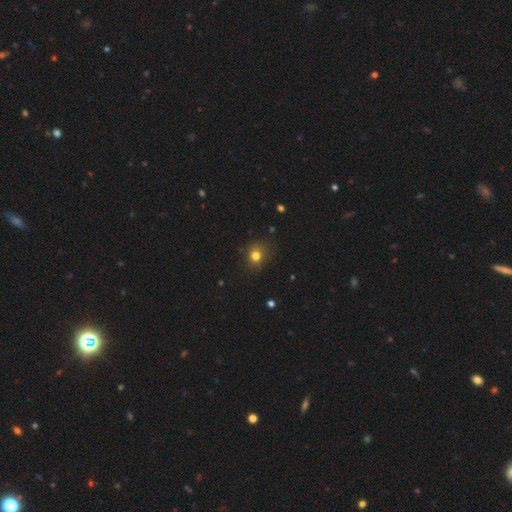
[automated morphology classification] A smooth galaxy with no disk features (77%) that is round (77%).

Vote fractions:
- Smooth or featured? smooth: 77% / star or artifact: 16% / featured or disk: 7%
- How rounded? round: 77% / in between: 22% / cigar-shaped: 1%
- Merging? none: 81% / minor disturbance: 14% / major disturbance: 4% / merger: 2%